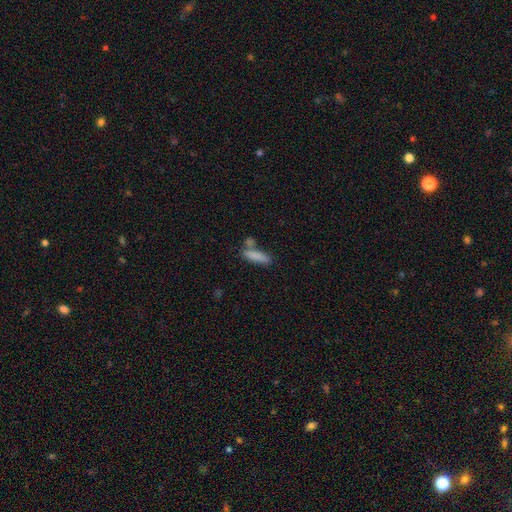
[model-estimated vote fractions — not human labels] Smooth or featured? smooth (83%)
How rounded? cigar-shaped (64%)
Merging? none (59%)